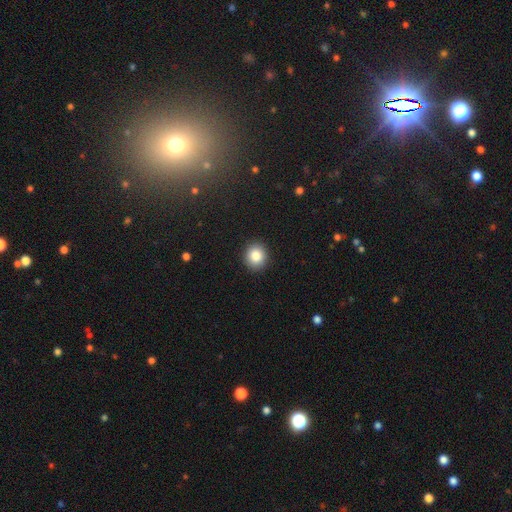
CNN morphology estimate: Q: Smooth or featured?
A: smooth (85%); runner-up: star or artifact (9%)
Q: How rounded?
A: round (85%); runner-up: in between (14%)
Q: Merging?
A: none (92%); runner-up: minor disturbance (6%)